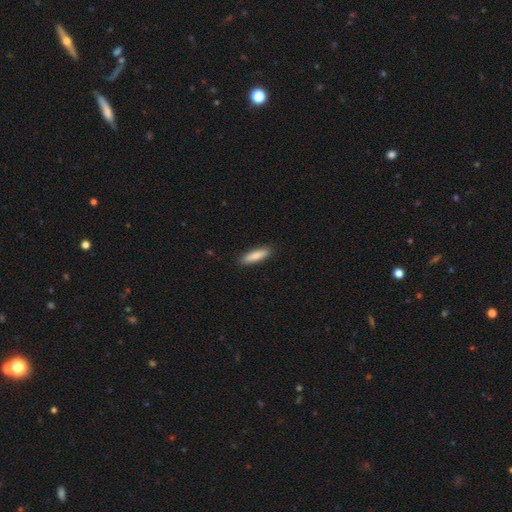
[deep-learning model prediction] Smooth or featured?
  - smooth: 83% *
  - featured or disk: 12%
  - star or artifact: 6%
How rounded?
  - cigar-shaped: 70% *
  - in between: 29%
  - round: 2%
Merging?
  - none: 90% *
  - minor disturbance: 8%
  - major disturbance: 2%
  - merger: 1%